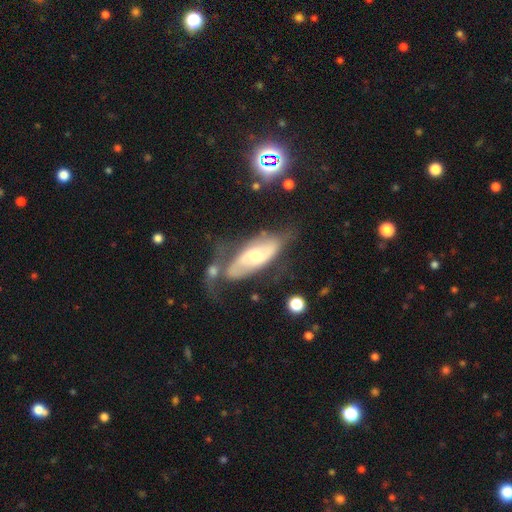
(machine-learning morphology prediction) The model was most divided on "merging": none: 46%, minor disturbance: 24%, major disturbance: 18%, merger: 12%. More confident: edge-on disk — no (83%); spiral arms — yes (70%); smooth or featured — featured or disk (66%); bulge size — moderate (61%); bar — no (60%).